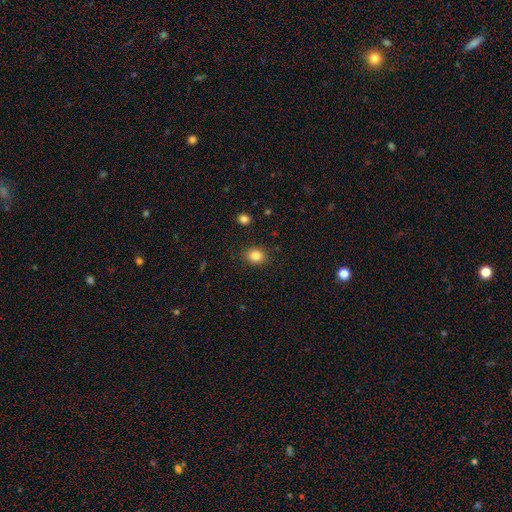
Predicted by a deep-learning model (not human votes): A smooth galaxy with no disk features (84%) that is round (63%). Merging: none (87%).